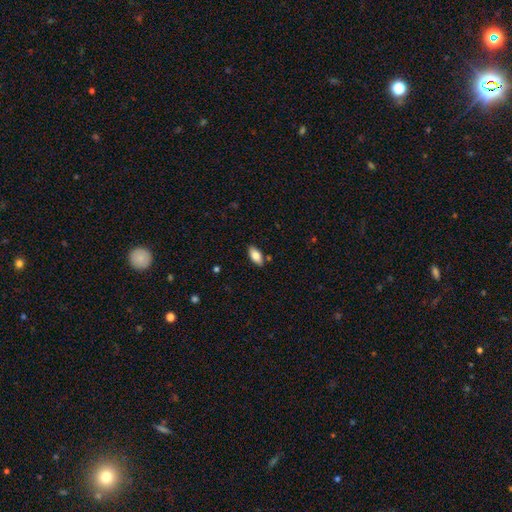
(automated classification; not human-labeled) Smooth or featured: smooth — 82% (featured or disk — 11%)
How rounded: in between — 90% (cigar-shaped — 8%)
Merging: none — 85% (minor disturbance — 11%)